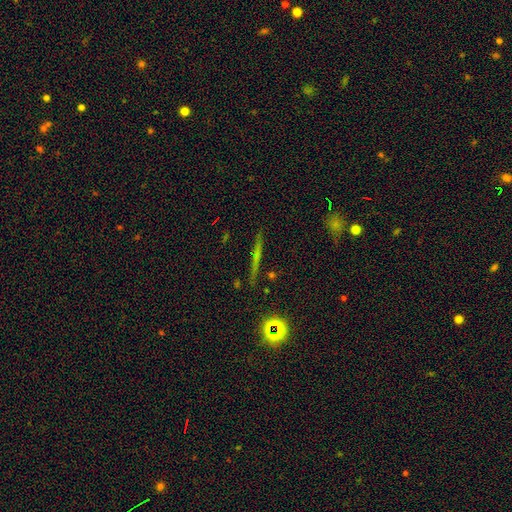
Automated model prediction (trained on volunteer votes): Morphology: type=featured or disk (47%); merging=none (89%).